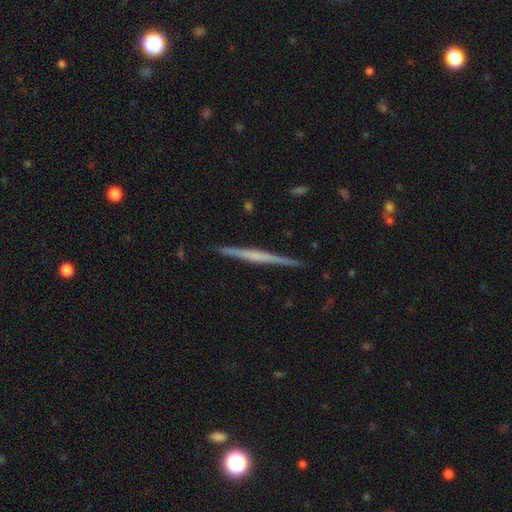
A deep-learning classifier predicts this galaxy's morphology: Overall: featured or disk (69%). Edge-on disk: yes (98%). Edge-on bulge: none (57%; rounded 28%). Merging: none (91%).